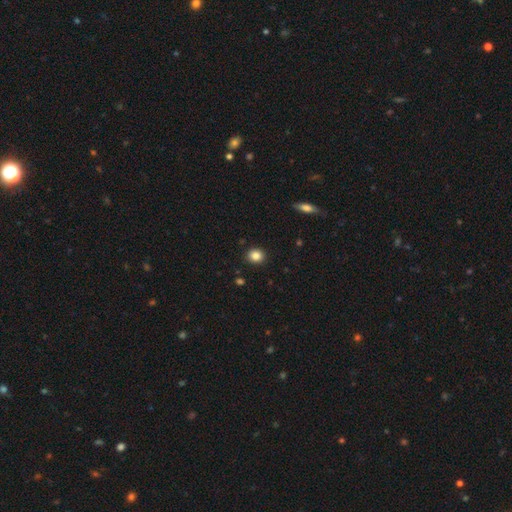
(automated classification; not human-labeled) Smooth or featured: smooth — 84% (star or artifact — 10%)
How rounded: round — 79% (in between — 20%)
Merging: none — 91% (minor disturbance — 6%)